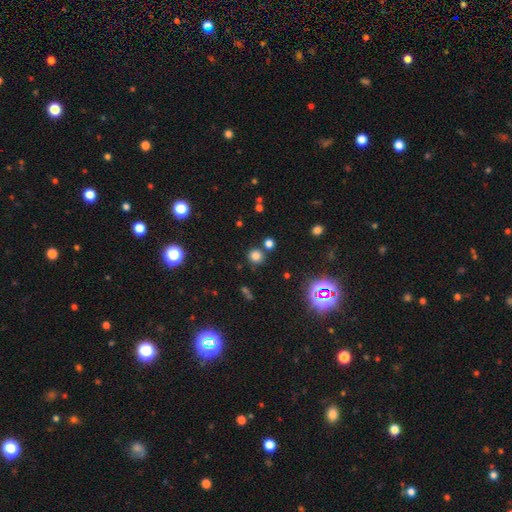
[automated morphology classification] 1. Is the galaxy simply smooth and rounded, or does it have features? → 75% smooth, 20% star or artifact, 5% featured or disk.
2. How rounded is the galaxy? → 89% round, 10% in between, 1% cigar-shaped.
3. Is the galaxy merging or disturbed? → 79% none, 10% merger, 8% minor disturbance, 3% major disturbance.